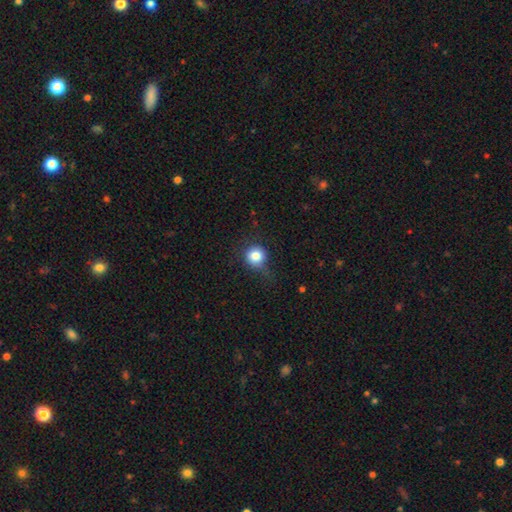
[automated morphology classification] Smooth or featured: smooth — 81% (star or artifact — 11%)
How rounded: round — 90% (in between — 9%)
Merging: none — 66% (minor disturbance — 24%)